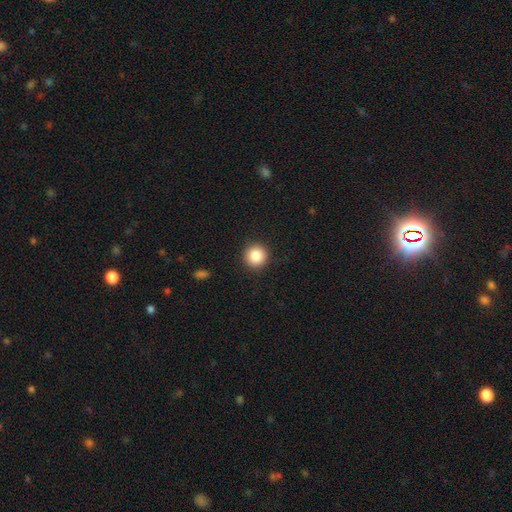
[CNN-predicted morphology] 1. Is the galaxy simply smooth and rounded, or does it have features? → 86% smooth, 9% star or artifact, 5% featured or disk.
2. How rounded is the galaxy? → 94% round, 5% in between, 1% cigar-shaped.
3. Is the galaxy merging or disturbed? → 92% none, 5% minor disturbance, 2% major disturbance, 1% merger.